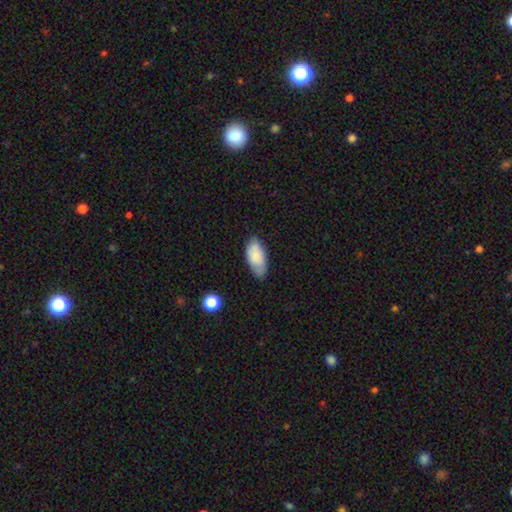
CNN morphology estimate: Smooth or featured: smooth — 80% (featured or disk — 13%)
How rounded: in between — 92% (cigar-shaped — 6%)
Merging: none — 70% (minor disturbance — 24%)